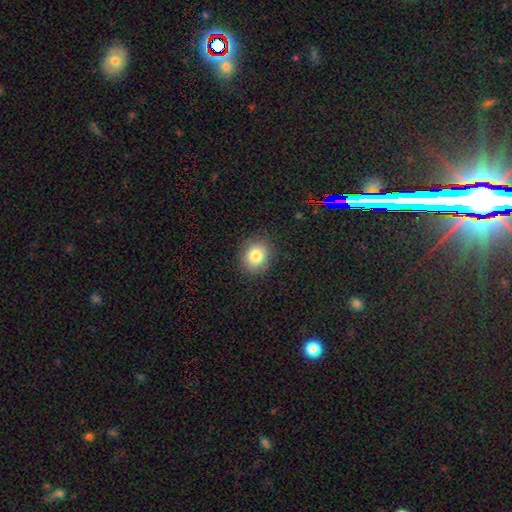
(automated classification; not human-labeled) smooth_or_featured: smooth (p=0.83) [alt: star or artifact p=0.10]
how_rounded: round (p=0.65) [alt: in between p=0.34]
merging: none (p=0.87) [alt: minor disturbance p=0.09]